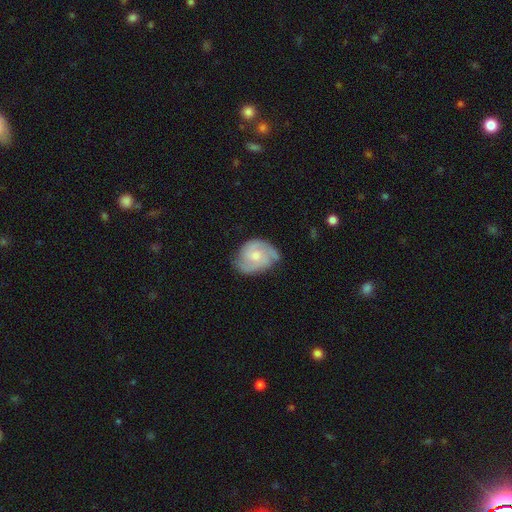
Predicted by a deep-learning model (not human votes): Smooth or featured?
  - featured or disk: 70% *
  - smooth: 25%
  - star or artifact: 6%
Edge-on disk?
  - no: 97% *
  - yes: 3%
Bar?
  - no: 68% *
  - weak: 28%
  - strong: 4%
Spiral arms?
  - yes: 91% *
  - no: 9%
Spiral winding?
  - tight: 44% *
  - medium: 43%
  - loose: 13%
Spiral arm count?
  - 2: 56% *
  - 3: 18%
  - can't tell: 17%
  - 1: 4%
  - 4: 3%
  - more than 4: 2%
Bulge size?
  - moderate: 53% *
  - small: 40%
  - large: 3%
  - none: 3%
  - dominant: 1%
Merging?
  - none: 62% *
  - minor disturbance: 28%
  - major disturbance: 8%
  - merger: 2%